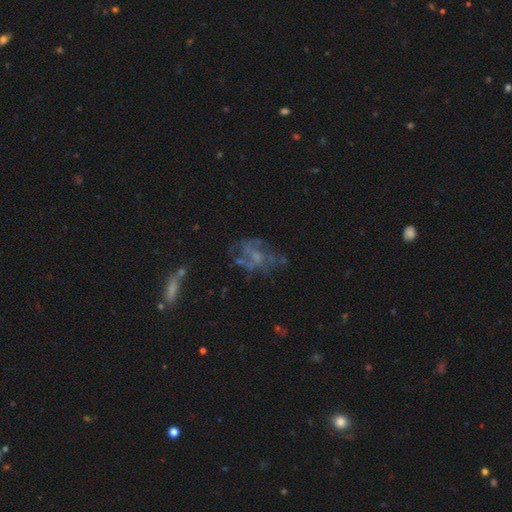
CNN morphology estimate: A featured or disk galaxy (63%) with no bar (76%), no spiral arms (61%) and a small central bulge (39%). Merging: none (46%).